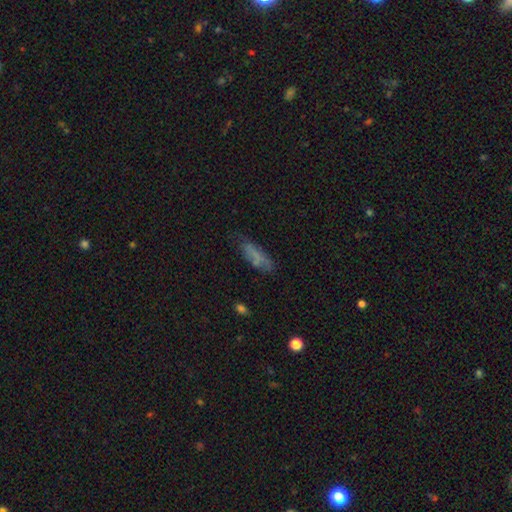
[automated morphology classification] Smooth or featured? Predicted: smooth (p=0.64). How rounded? Predicted: in between (p=0.52). Merging? Predicted: none (p=0.60).